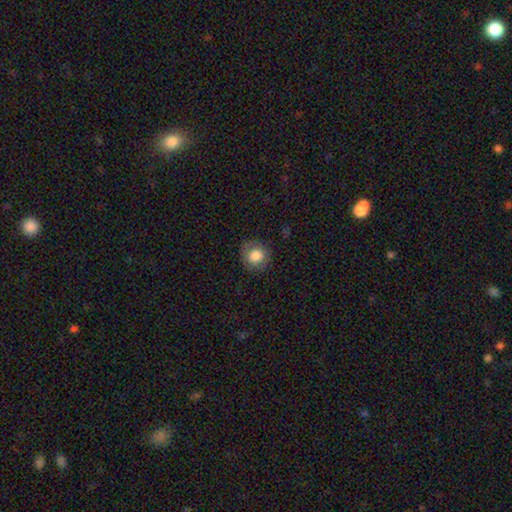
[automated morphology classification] A smooth galaxy with no disk features (81%) that is round (88%).

Vote fractions:
- Smooth or featured? smooth: 81% / featured or disk: 10% / star or artifact: 9%
- How rounded? round: 88% / in between: 11% / cigar-shaped: 1%
- Merging? none: 81% / minor disturbance: 14% / major disturbance: 4% / merger: 1%